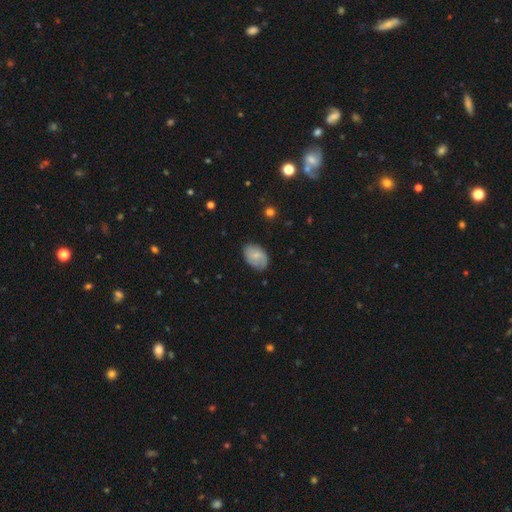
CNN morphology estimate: type=smooth (62%); roundness=in between (86%); merging=none (69%).